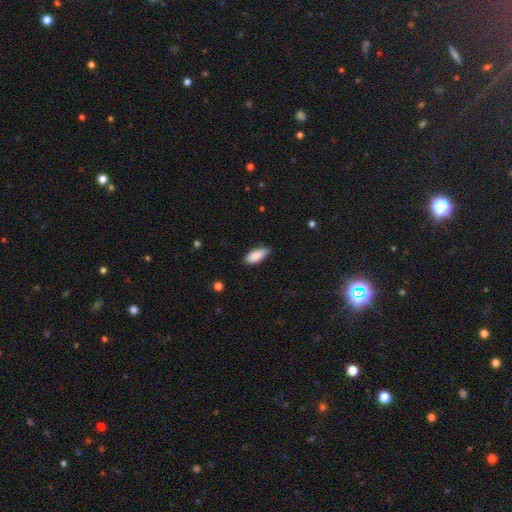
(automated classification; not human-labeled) Smooth or featured?
  - smooth: 88% *
  - featured or disk: 6%
  - star or artifact: 6%
How rounded?
  - in between: 84% *
  - cigar-shaped: 14%
  - round: 2%
Merging?
  - none: 80% *
  - minor disturbance: 17%
  - major disturbance: 2%
  - merger: 1%